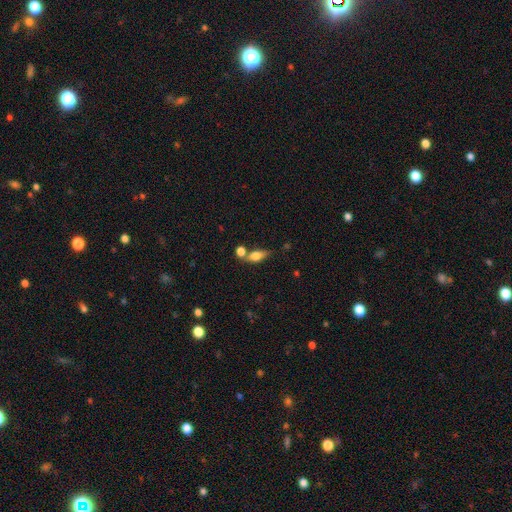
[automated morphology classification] smooth 70%, featured or disk 21%, star or artifact 9%. Down the decision tree: how rounded — in between (75%); merging — none (53%).